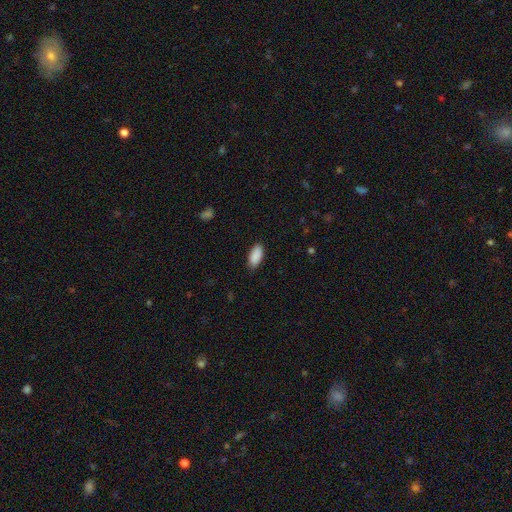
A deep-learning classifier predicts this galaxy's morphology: The model was most divided on "merging": none: 85%, minor disturbance: 12%, major disturbance: 2%, merger: 1%. More confident: how rounded — in between (91%); smooth or featured — smooth (91%).